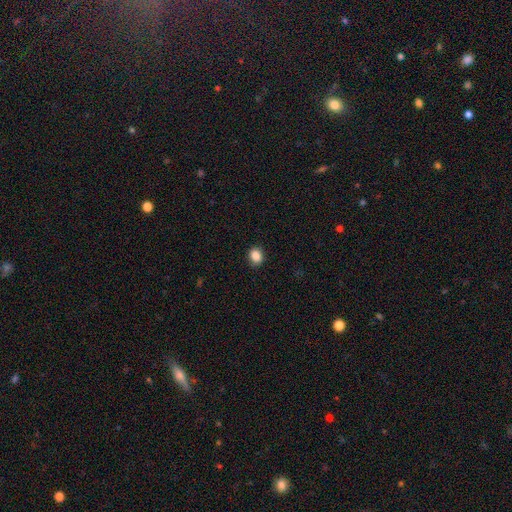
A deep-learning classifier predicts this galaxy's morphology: Smooth or featured: smooth — 87% (star or artifact — 9%)
How rounded: in between — 50% (round — 49%)
Merging: none — 88% (minor disturbance — 9%)